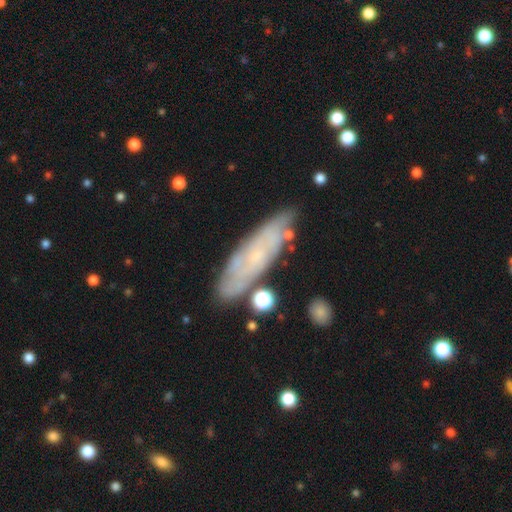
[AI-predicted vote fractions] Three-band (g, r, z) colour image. It shows a featured or disk galaxy (61%). Merging: none (78%).